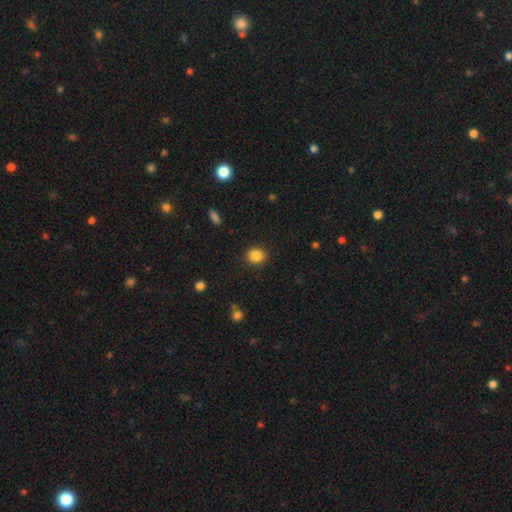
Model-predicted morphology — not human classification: smooth-or-featured: smooth: 86% | star or artifact: 10% | featured or disk: 4%
  how-rounded: round: 75% | in between: 24% | cigar-shaped: 1%
  merging: none: 90% | minor disturbance: 7% | major disturbance: 2% | merger: 1%